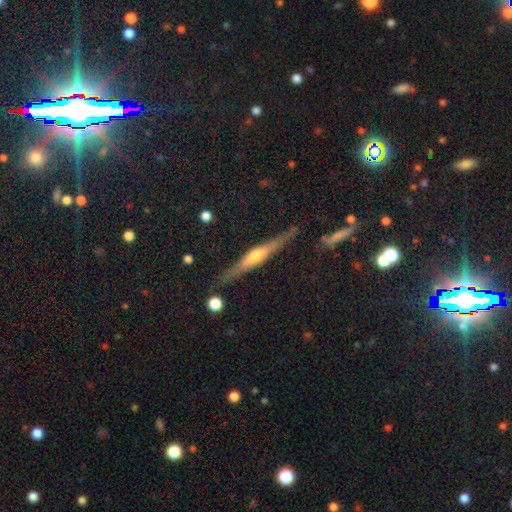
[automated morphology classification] featured or disk 73%, smooth 19%, star or artifact 9%. Down the decision tree: edge-on disk — yes (97%); edge-on bulge — rounded (77%); merging — none (86%).